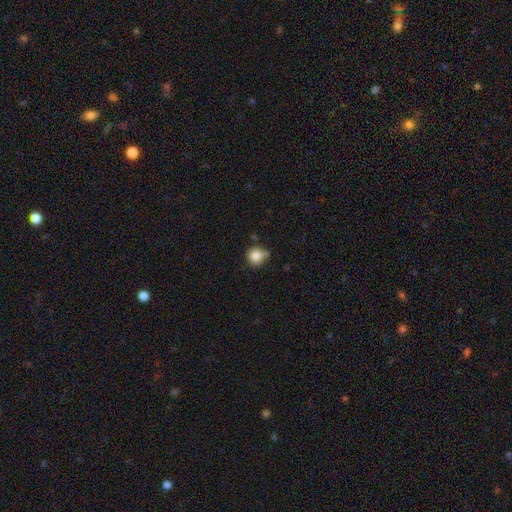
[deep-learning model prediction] This appears to be a smooth galaxy with no disk features (83%) that is round (87%). Merging: none (61%).